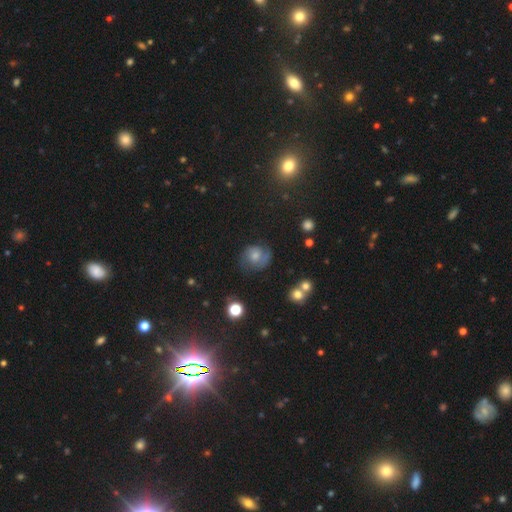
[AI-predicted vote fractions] A featured or disk galaxy (47%). Merging: none (62%).